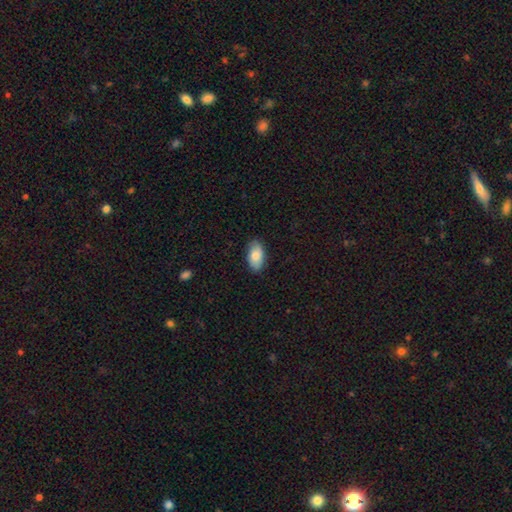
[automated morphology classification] Overall: smooth (81%). How rounded: in between (94%). Merging: none (86%).